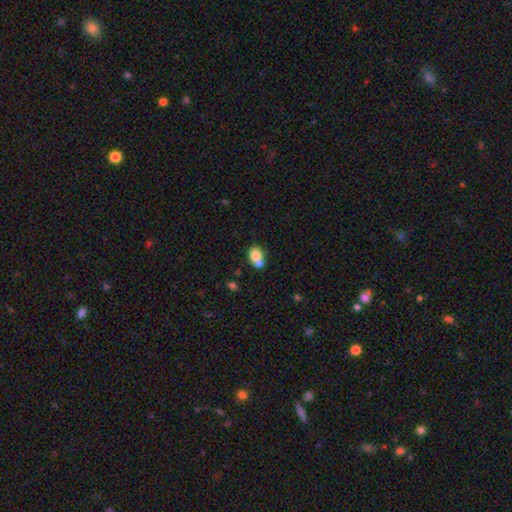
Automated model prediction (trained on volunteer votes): smooth-or-featured: smooth: 76% | featured or disk: 15% | star or artifact: 9%
  how-rounded: round: 54% | in between: 45% | cigar-shaped: 1%
  merging: merger: 52% | none: 35% | minor disturbance: 9% | major disturbance: 3%